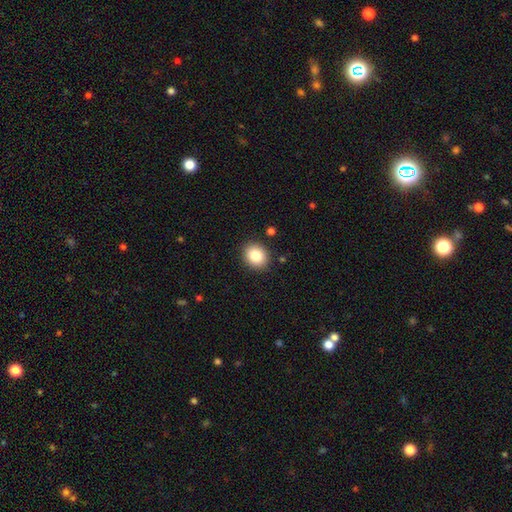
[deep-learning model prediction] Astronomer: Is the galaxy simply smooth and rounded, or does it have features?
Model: smooth — 84%.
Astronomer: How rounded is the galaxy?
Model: round — 64%.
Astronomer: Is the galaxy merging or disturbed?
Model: none — 89%.